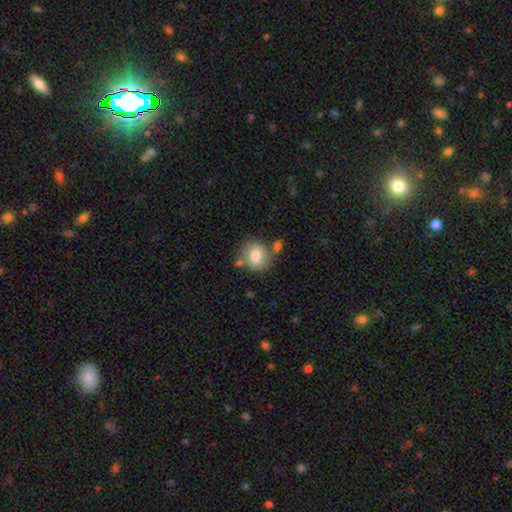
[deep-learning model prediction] Smooth or featured?
  - smooth: 80% *
  - featured or disk: 12%
  - star or artifact: 8%
How rounded?
  - round: 77% *
  - in between: 22%
  - cigar-shaped: 1%
Merging?
  - none: 67% *
  - merger: 14%
  - minor disturbance: 14%
  - major disturbance: 4%